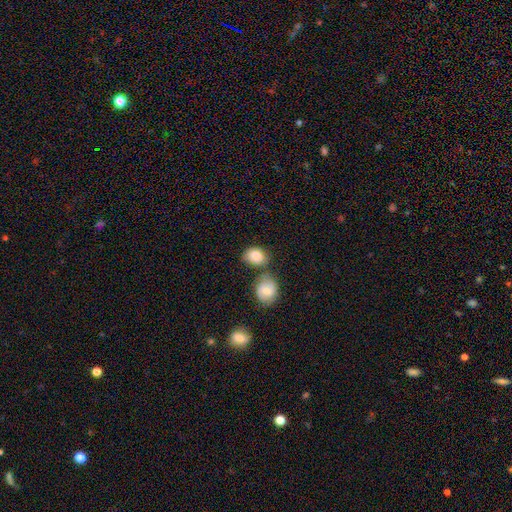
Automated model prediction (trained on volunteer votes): Smooth or featured? Predicted: smooth (p=0.84). How rounded? Predicted: in between (p=0.60). Merging? Predicted: none (p=0.55).